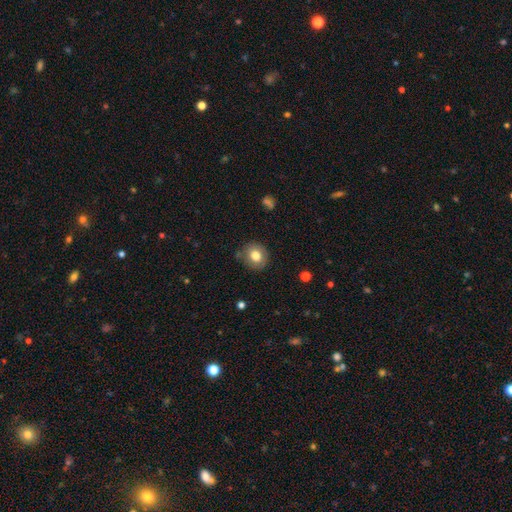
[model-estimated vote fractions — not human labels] Smooth or featured?
  - smooth: 78% *
  - featured or disk: 12%
  - star or artifact: 10%
How rounded?
  - round: 80% *
  - in between: 19%
  - cigar-shaped: 1%
Merging?
  - none: 82% *
  - minor disturbance: 13%
  - major disturbance: 3%
  - merger: 2%